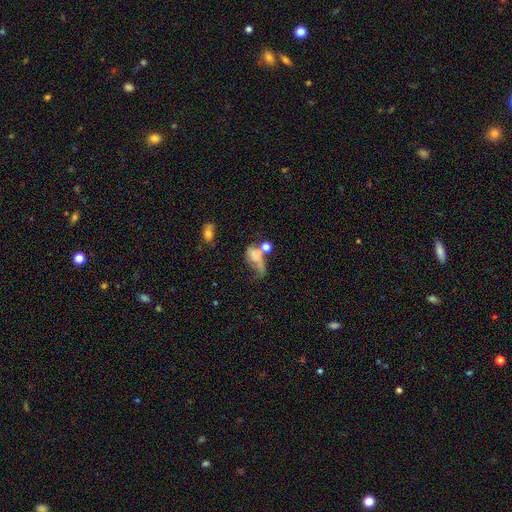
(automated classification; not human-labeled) Morphology: type=smooth (52%); roundness=in between (72%); merging=major disturbance (40%).